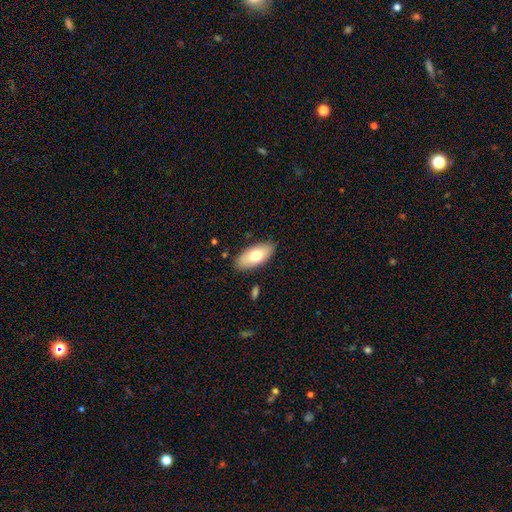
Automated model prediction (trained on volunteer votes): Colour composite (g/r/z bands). It shows a smooth galaxy with no disk features (71%) that is in between round and cigar-shaped (90%). Merging: none (86%).